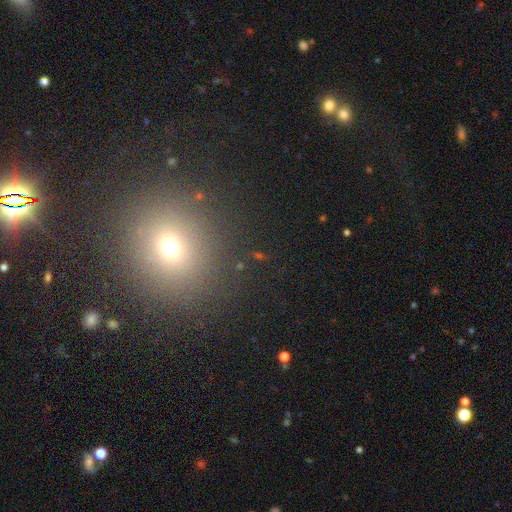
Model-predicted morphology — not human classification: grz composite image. It shows a smooth galaxy with no disk features (56%) that is round (86%). Merging: none (87%).